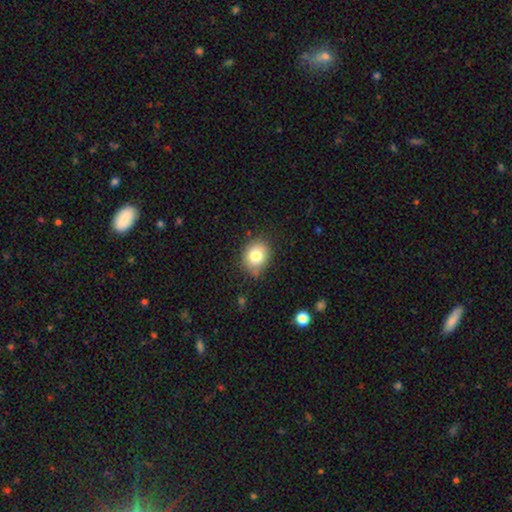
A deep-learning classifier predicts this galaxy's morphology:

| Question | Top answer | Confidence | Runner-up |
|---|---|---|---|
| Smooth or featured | smooth | 79% | featured or disk (11%) |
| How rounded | round | 64% | in between (35%) |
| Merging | none | 77% | minor disturbance (17%) |